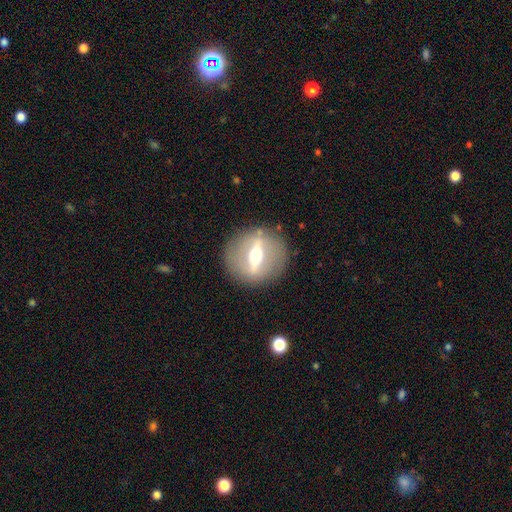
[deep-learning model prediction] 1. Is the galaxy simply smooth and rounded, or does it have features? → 74% featured or disk, 19% smooth, 7% star or artifact.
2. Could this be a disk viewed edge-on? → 50% yes (tied), 50% no (tied).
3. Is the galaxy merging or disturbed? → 87% none, 8% minor disturbance, 4% major disturbance, 1% merger.